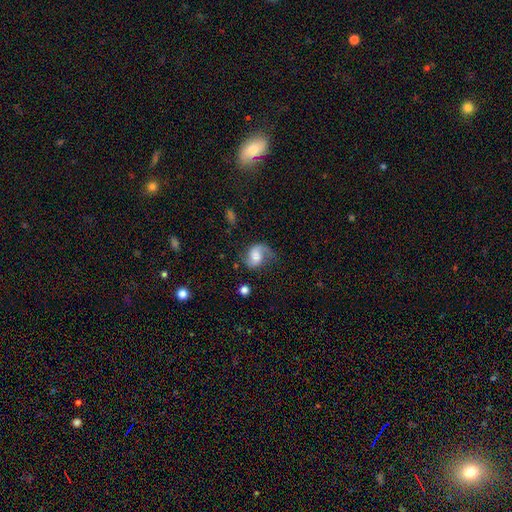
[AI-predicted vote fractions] Smooth or featured?
  - featured or disk: 71% *
  - smooth: 22%
  - star or artifact: 8%
Edge-on disk?
  - no: 98% *
  - yes: 2%
Bar?
  - no: 53% *
  - weak: 38%
  - strong: 9%
Spiral arms?
  - yes: 94% *
  - no: 6%
Spiral winding?
  - loose: 48% *
  - medium: 40%
  - tight: 12%
Spiral arm count?
  - 2: 76% *
  - 1: 17%
  - can't tell: 4%
  - 3: 1%
  - 4: 1%
  - more than 4: 1%
Bulge size?
  - moderate: 45% *
  - large: 25%
  - small: 17%
  - none: 9%
  - dominant: 4%
Merging?
  - none: 61% *
  - minor disturbance: 22%
  - major disturbance: 14%
  - merger: 2%